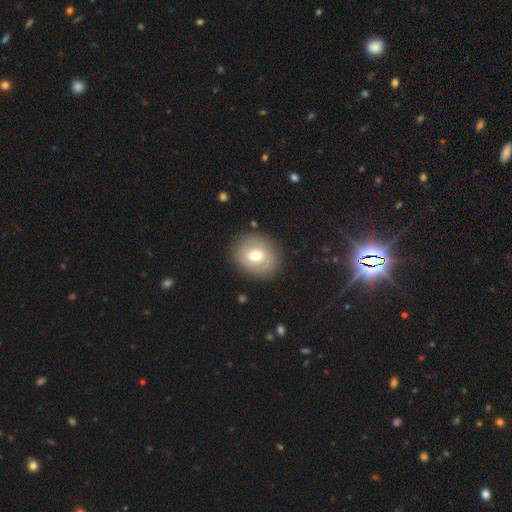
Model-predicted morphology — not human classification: type=smooth (66%); roundness=round (63%); merging=none (85%).